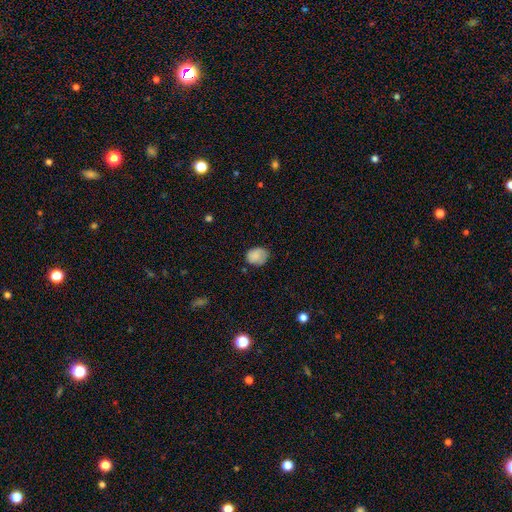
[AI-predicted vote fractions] Q: Smooth or featured?
A: smooth (82%); runner-up: featured or disk (10%)
Q: How rounded?
A: in between (50%); runner-up: round (49%)
Q: Merging?
A: none (63%); runner-up: minor disturbance (28%)